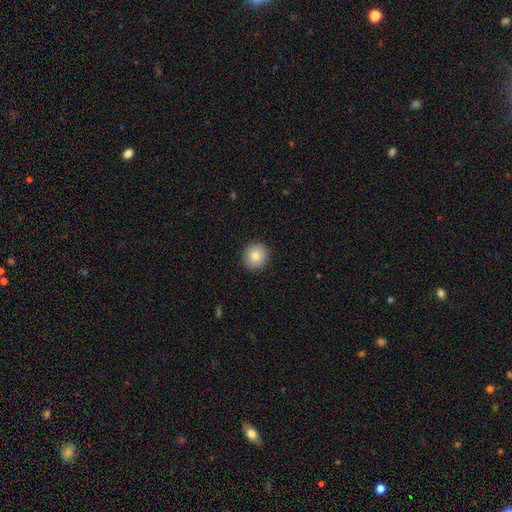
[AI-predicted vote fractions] This appears to be a smooth galaxy with no disk features (82%) that is round (91%). Merging: none (92%).